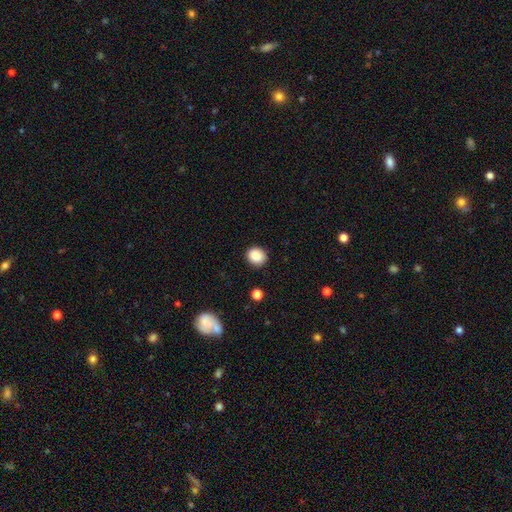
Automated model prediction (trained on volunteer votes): Smooth or featured? Predicted: smooth (p=0.88). How rounded? Predicted: round (p=0.78). Merging? Predicted: none (p=0.88).